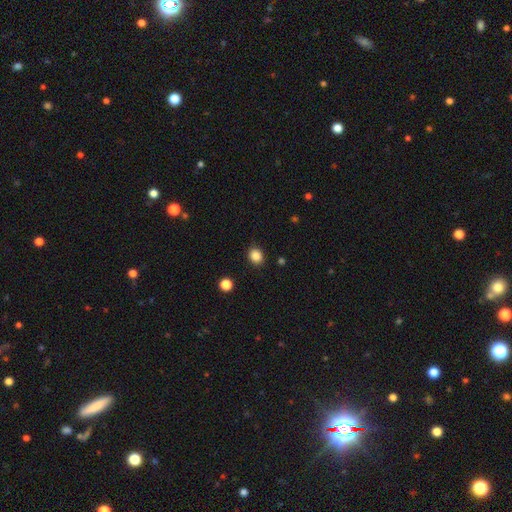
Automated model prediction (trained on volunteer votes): smooth_or_featured: smooth (p=0.86) [alt: star or artifact p=0.11]
how_rounded: round (p=0.69) [alt: in between p=0.30]
merging: none (p=0.87) [alt: minor disturbance p=0.09]